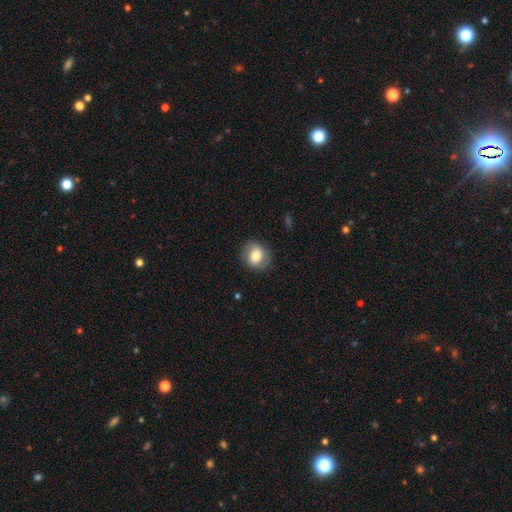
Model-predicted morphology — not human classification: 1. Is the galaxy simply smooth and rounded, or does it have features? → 70% smooth, 23% featured or disk, 8% star or artifact.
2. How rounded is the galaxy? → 63% round, 36% in between, 1% cigar-shaped.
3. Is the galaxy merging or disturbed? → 80% none, 14% minor disturbance, 5% major disturbance, 1% merger.